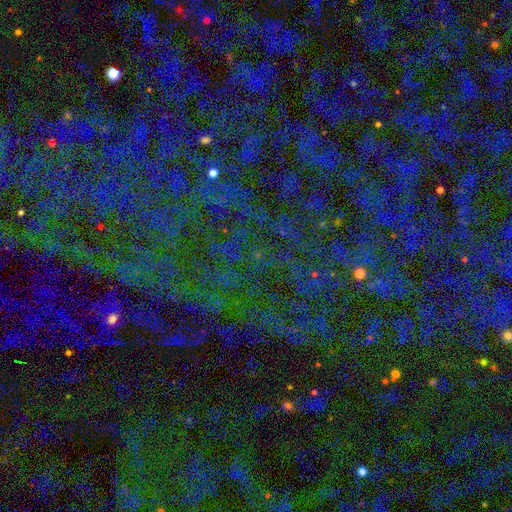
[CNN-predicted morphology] Smooth or featured?
  - star or artifact: 79% *
  - smooth: 12%
  - featured or disk: 9%